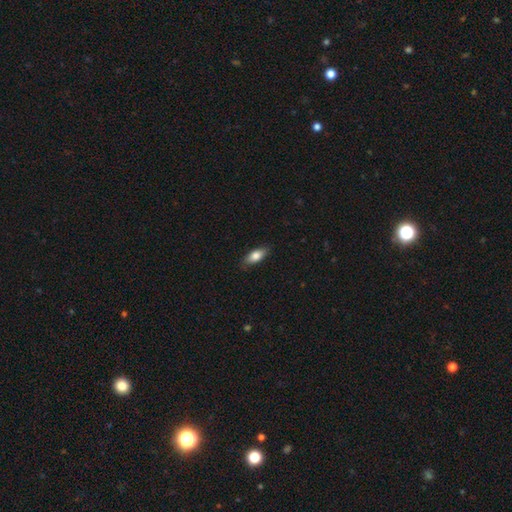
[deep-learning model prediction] A smooth galaxy with no disk features (79%) that is in between round and cigar-shaped (80%). Merging: none (85%).